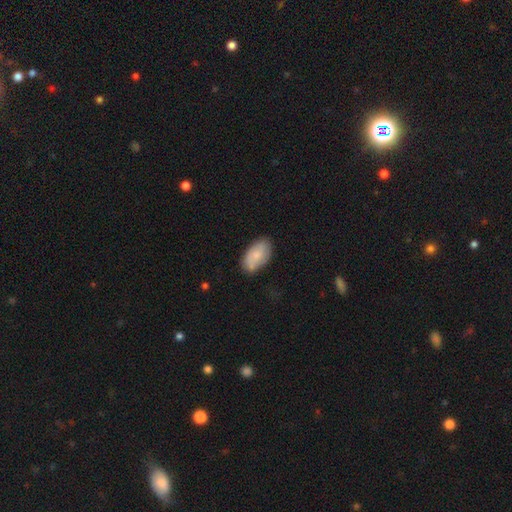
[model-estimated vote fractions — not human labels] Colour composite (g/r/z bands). It shows a smooth galaxy with no disk features (66%) that is in between round and cigar-shaped (94%). Merging: none (73%).